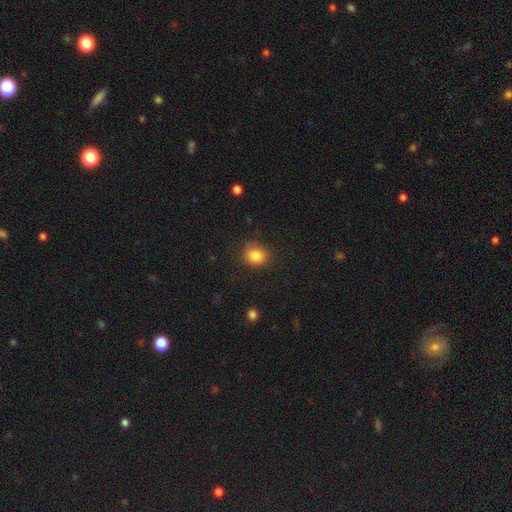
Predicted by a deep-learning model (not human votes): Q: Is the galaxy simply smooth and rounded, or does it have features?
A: smooth — 84%.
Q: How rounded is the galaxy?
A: round — 71%.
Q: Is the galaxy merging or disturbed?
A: none — 78%.